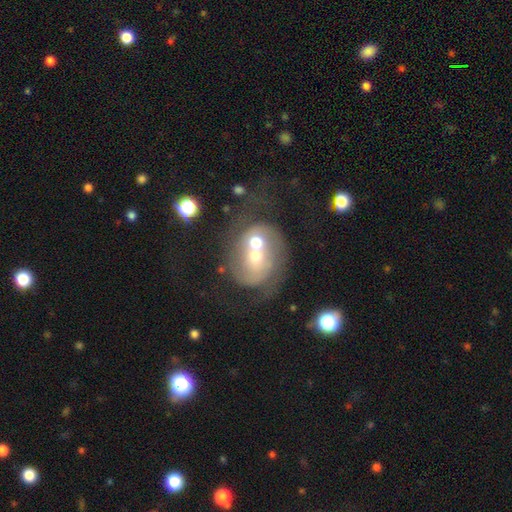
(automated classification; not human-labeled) smooth-or-featured: featured or disk: 66% | smooth: 25% | star or artifact: 9%
  disk-edge-on: no: 97% | yes: 3%
    bar: no: 77% | weak: 18% | strong: 5%
    has-spiral-arms: yes: 71% | no: 29%
    bulge-size: moderate: 56% | small: 33% | large: 6% | none: 3% | dominant: 2%
  merging: merger: 56% | none: 21% | major disturbance: 14% | minor disturbance: 9%